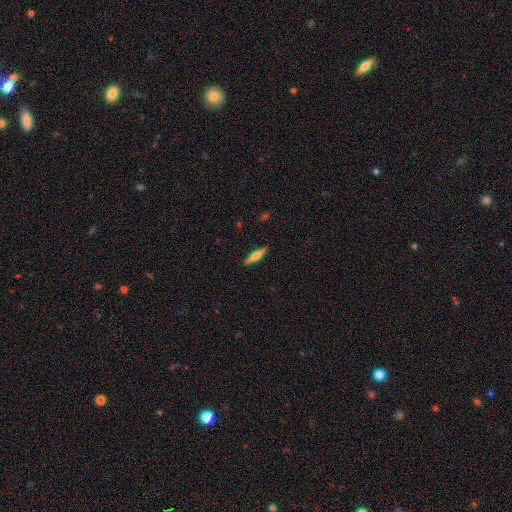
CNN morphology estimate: type=featured or disk (53%); edge-on=yes (96%); edge-on bulge=rounded (89%); merging=none (90%).